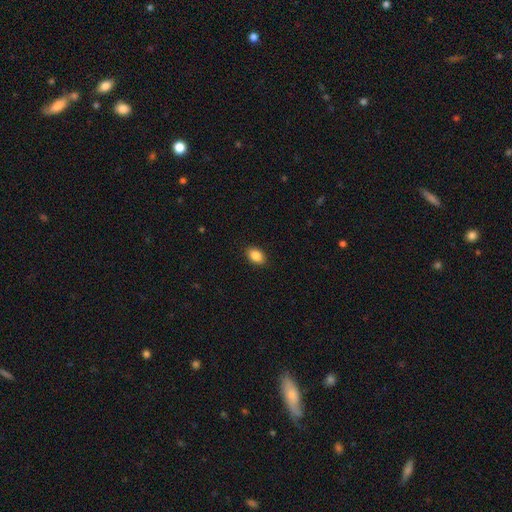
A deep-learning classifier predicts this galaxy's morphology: Smooth or featured? Predicted: smooth (p=0.87). How rounded? Predicted: in between (p=0.88). Merging? Predicted: none (p=0.89).